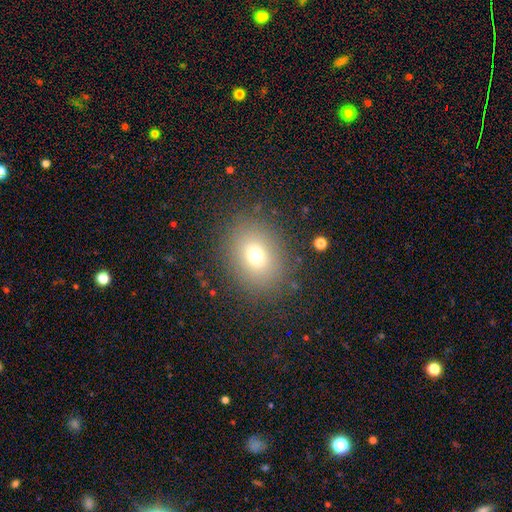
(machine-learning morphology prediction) smooth_or_featured: smooth (p=0.71) [alt: star or artifact p=0.16]
how_rounded: in between (p=0.52) [alt: round p=0.47]
merging: none (p=0.85) [alt: minor disturbance p=0.09]